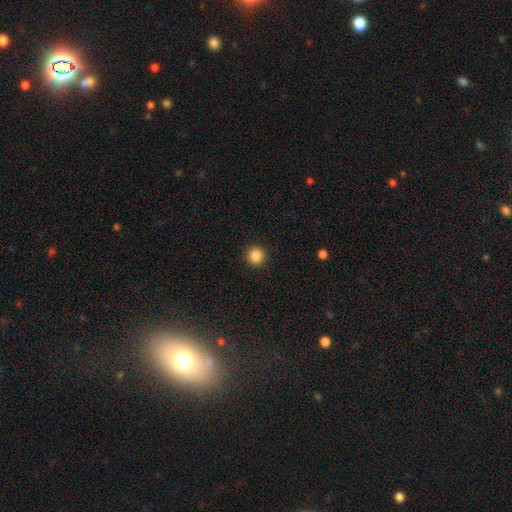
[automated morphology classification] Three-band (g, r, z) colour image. It shows a smooth galaxy with no disk features (87%) that is round (93%). Merging: none (93%).